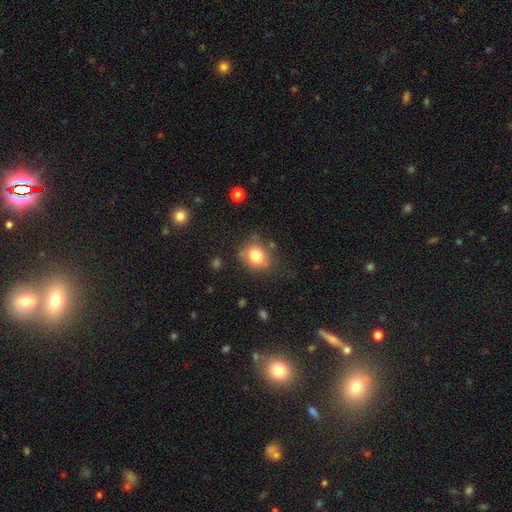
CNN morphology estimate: A smooth galaxy with no disk features (79%) that is round (65%).

Vote fractions:
- Smooth or featured? smooth: 79% / featured or disk: 11% / star or artifact: 10%
- How rounded? round: 65% / in between: 34% / cigar-shaped: 1%
- Merging? none: 67% / minor disturbance: 21% / major disturbance: 8% / merger: 4%